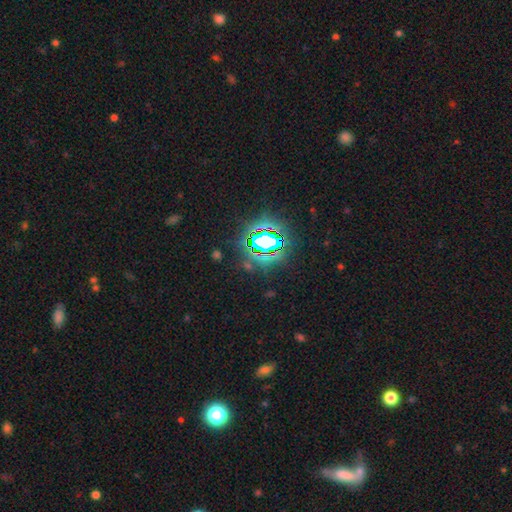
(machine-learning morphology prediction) This appears to be a star or artifact, not a galaxy (79%).